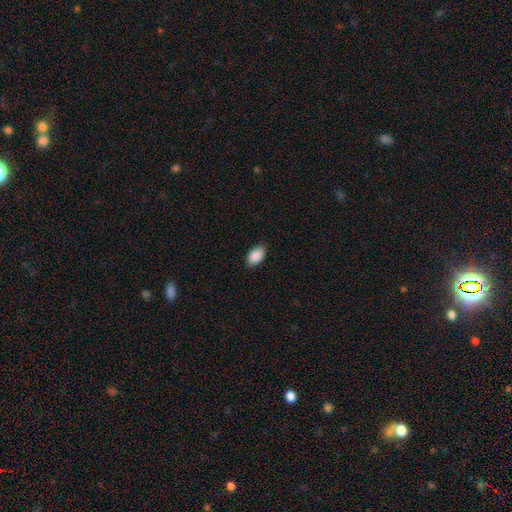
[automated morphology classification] Smooth or featured?
  - smooth: 90% *
  - star or artifact: 7%
  - featured or disk: 3%
How rounded?
  - in between: 93% *
  - round: 6%
  - cigar-shaped: 1%
Merging?
  - none: 87% *
  - minor disturbance: 10%
  - major disturbance: 2%
  - merger: 1%